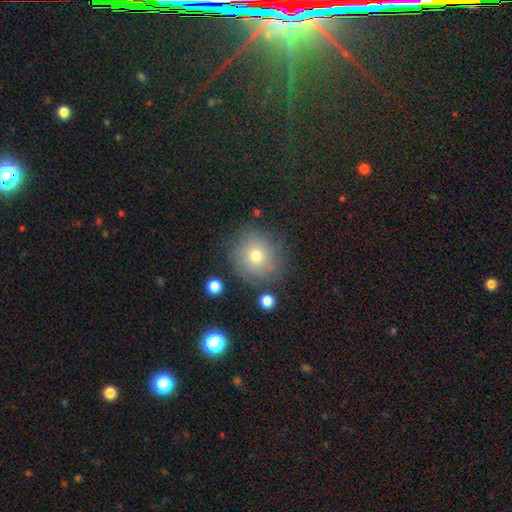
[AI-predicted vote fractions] smooth_or_featured: smooth (p=0.72) [alt: star or artifact p=0.14]
how_rounded: round (p=0.89) [alt: in between p=0.10]
merging: none (p=0.81) [alt: minor disturbance p=0.12]